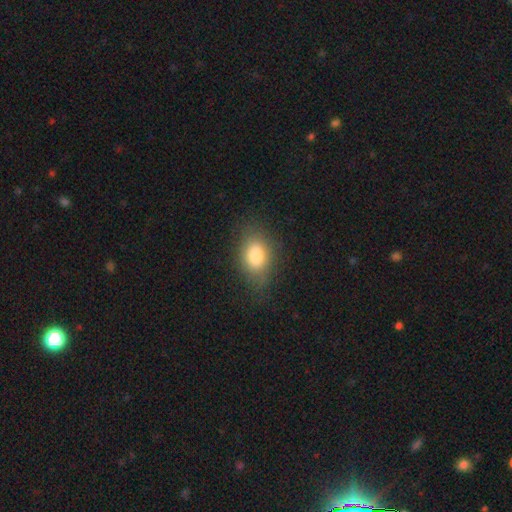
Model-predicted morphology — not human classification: Smooth or featured?
  - smooth: 81% *
  - featured or disk: 11%
  - star or artifact: 9%
How rounded?
  - in between: 83% *
  - round: 14%
  - cigar-shaped: 2%
Merging?
  - none: 74% *
  - minor disturbance: 19%
  - major disturbance: 6%
  - merger: 1%